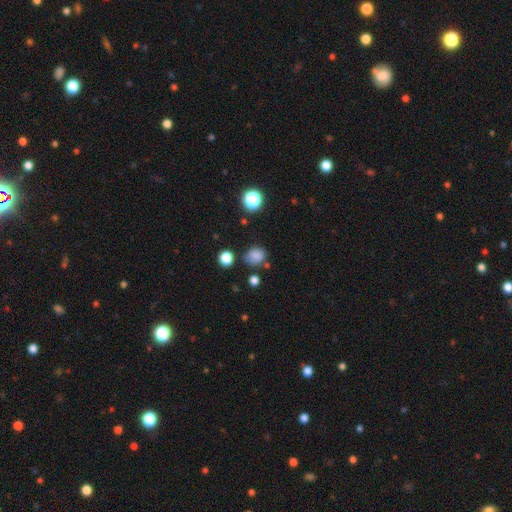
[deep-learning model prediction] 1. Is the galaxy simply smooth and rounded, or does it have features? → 79% smooth, 15% star or artifact, 6% featured or disk.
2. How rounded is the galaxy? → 58% round, 41% in between, 1% cigar-shaped.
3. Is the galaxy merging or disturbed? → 69% none, 19% minor disturbance, 6% merger, 6% major disturbance.